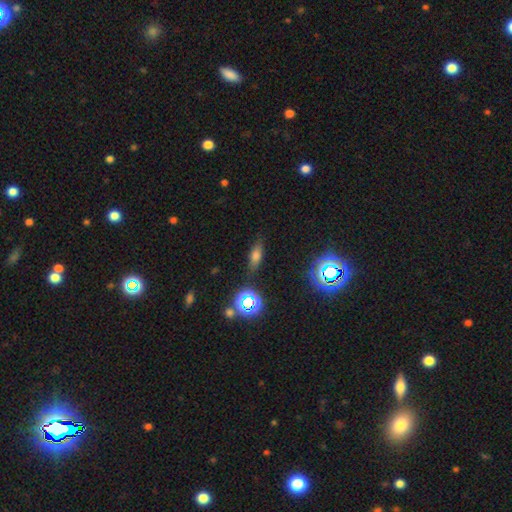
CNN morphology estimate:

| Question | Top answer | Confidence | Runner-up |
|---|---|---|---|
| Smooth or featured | smooth | 59% | star or artifact (23%) |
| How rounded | in between | 61% | cigar-shaped (30%) |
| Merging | none | 82% | minor disturbance (12%) |